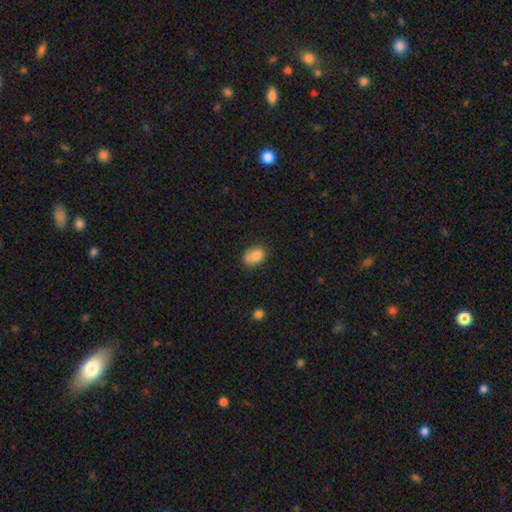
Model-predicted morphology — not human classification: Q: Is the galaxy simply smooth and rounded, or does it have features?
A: smooth — 77%.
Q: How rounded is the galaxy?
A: in between — 69%.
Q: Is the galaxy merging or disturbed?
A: none — 50%.